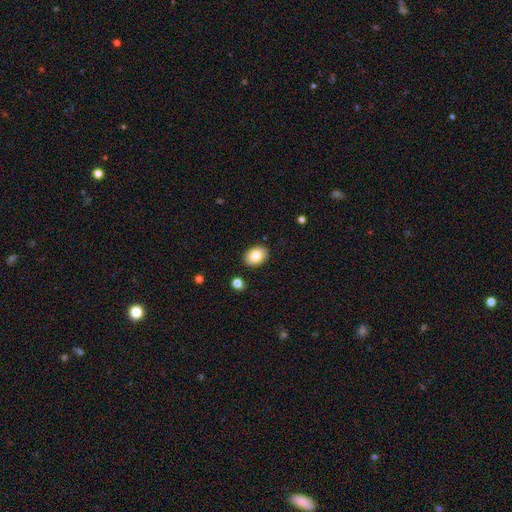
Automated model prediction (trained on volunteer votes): Smooth or featured?
  - smooth: 83% *
  - featured or disk: 10%
  - star or artifact: 8%
How rounded?
  - in between: 78% *
  - round: 21%
  - cigar-shaped: 1%
Merging?
  - none: 88% *
  - minor disturbance: 8%
  - major disturbance: 2%
  - merger: 2%